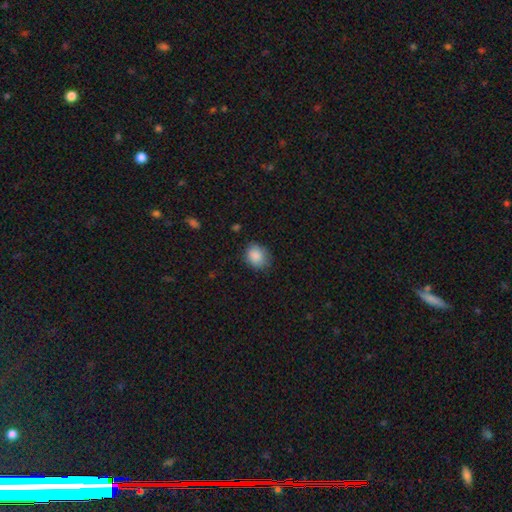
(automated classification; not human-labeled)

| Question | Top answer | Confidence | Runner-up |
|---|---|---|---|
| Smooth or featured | smooth | 87% | star or artifact (8%) |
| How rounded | round | 57% | in between (42%) |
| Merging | none | 73% | minor disturbance (21%) |